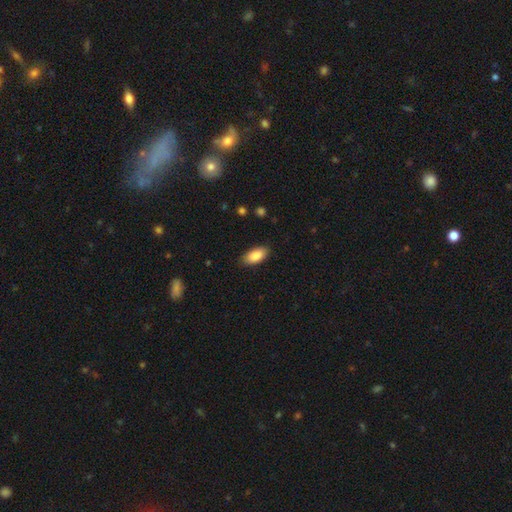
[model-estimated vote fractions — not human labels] A smooth galaxy with no disk features (87%) that is in between round and cigar-shaped (92%). Merging: none (86%).